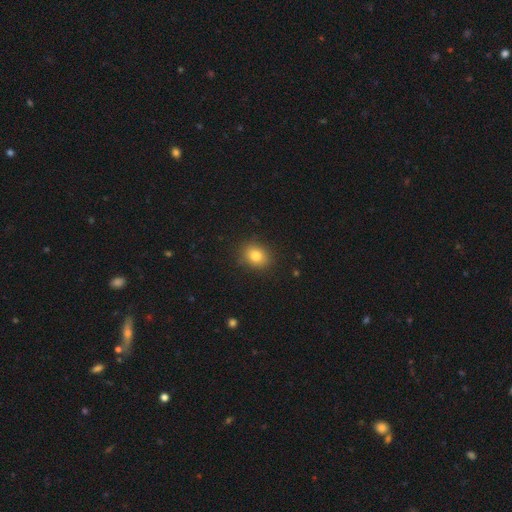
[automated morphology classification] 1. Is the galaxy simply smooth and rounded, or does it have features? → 81% smooth, 11% star or artifact, 8% featured or disk.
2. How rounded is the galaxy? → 57% round, 42% in between, 1% cigar-shaped.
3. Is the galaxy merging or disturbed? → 88% none, 9% minor disturbance, 2% major disturbance, 1% merger.